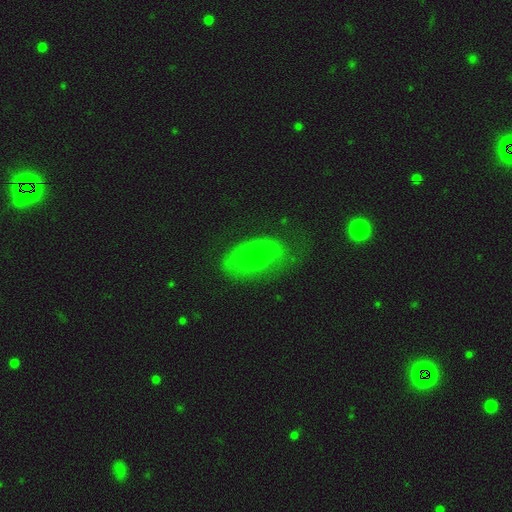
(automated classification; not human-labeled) Smooth or featured: smooth — 56% (featured or disk — 34%)
How rounded: in between — 91% (round — 7%)
Merging: none — 49% (minor disturbance — 30%)